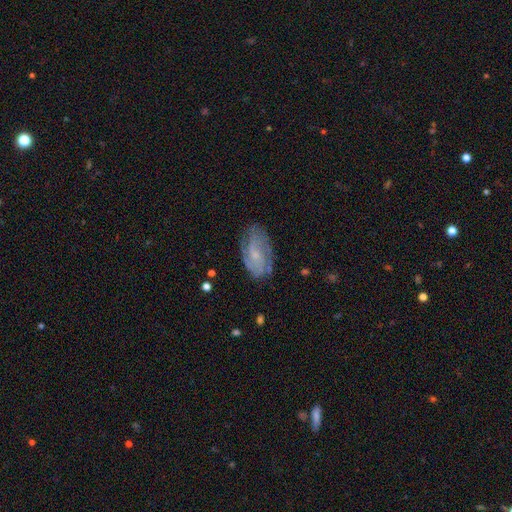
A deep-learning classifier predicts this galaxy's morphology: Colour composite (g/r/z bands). It shows a featured or disk galaxy (74%) with no bar (62%), 2 (34%) tight (48%) spiral arms (91%) and a small central bulge (71%). Merging: none (72%).